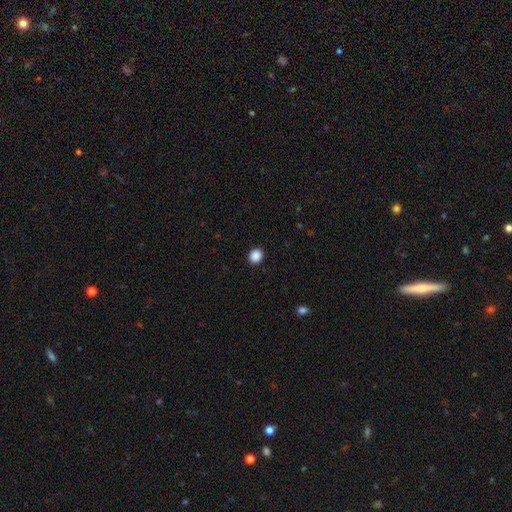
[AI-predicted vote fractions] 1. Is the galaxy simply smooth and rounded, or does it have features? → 88% smooth, 9% star or artifact, 2% featured or disk.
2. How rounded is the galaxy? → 78% round, 22% in between, 1% cigar-shaped.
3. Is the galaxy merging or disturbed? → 92% none, 5% minor disturbance, 2% major disturbance, 1% merger.